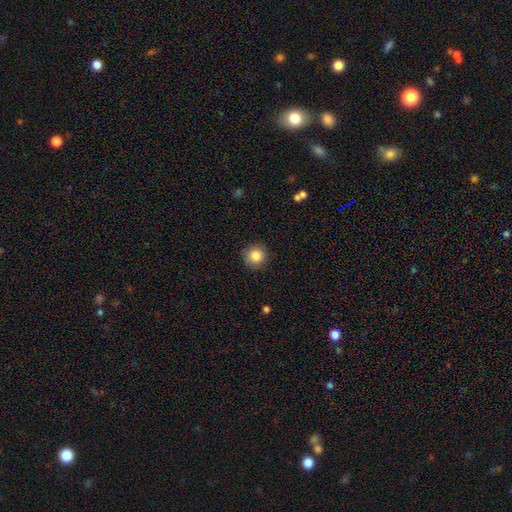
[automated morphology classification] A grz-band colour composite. It shows a smooth galaxy with no disk features (86%) that is round (93%). Merging: none (86%).